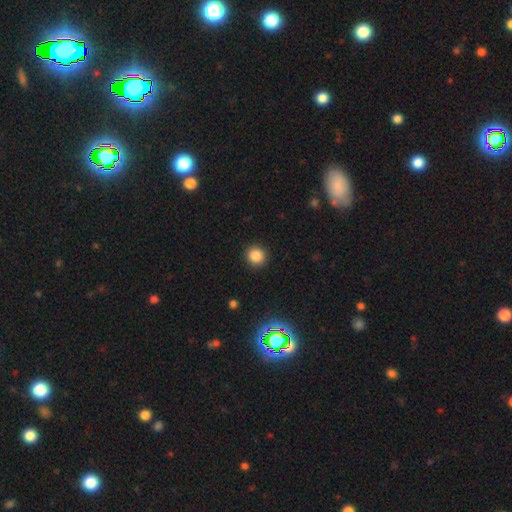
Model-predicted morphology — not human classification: Smooth or featured? smooth (85%)
How rounded? round (92%)
Merging? none (91%)